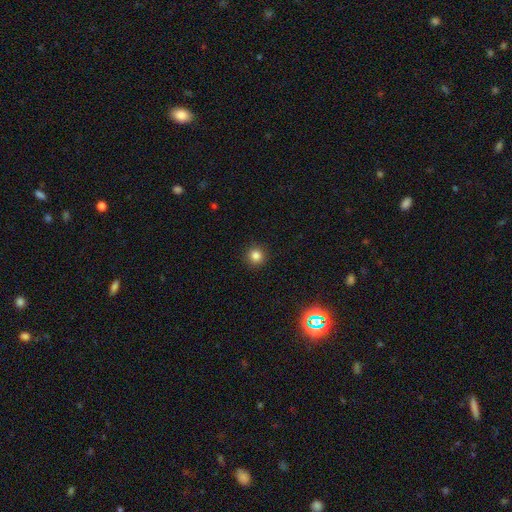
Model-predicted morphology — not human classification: This is clearly a smooth galaxy (83%). How rounded: clearly round (94%). Merging: clearly none (92%).